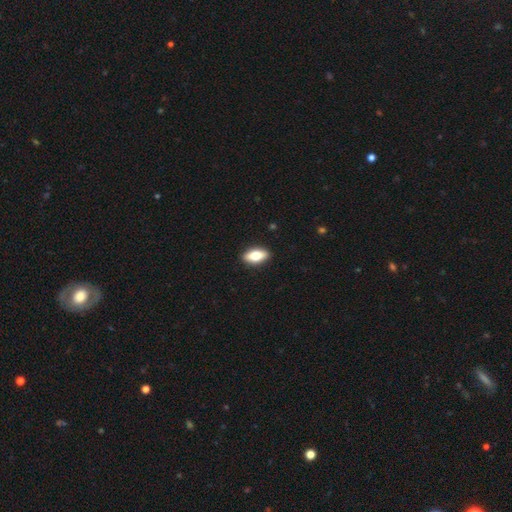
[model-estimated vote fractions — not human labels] A smooth galaxy with no disk features (71%) that is in between round and cigar-shaped (86%). Merging: none (90%).